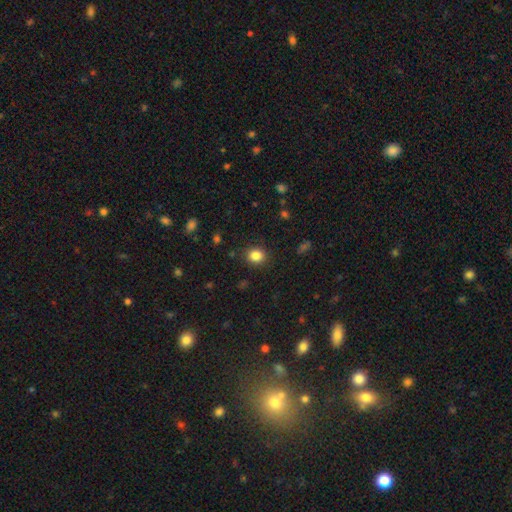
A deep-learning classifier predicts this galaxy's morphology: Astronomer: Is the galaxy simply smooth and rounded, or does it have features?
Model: smooth — 84%.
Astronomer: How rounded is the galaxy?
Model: round — 66%.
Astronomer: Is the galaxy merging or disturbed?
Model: none — 88%.